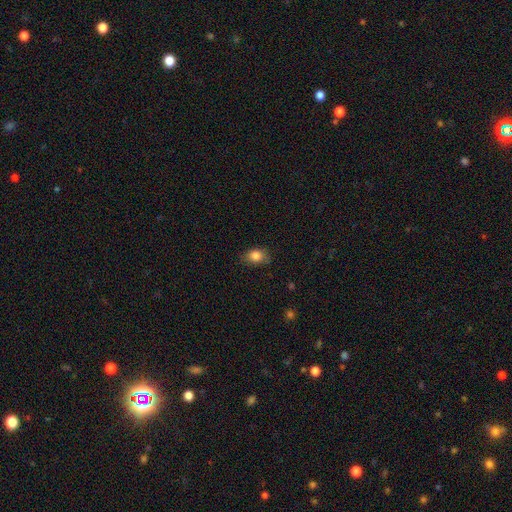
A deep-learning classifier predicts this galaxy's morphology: A smooth galaxy with no disk features (84%) that is in between round and cigar-shaped (69%). Merging: none (72%).